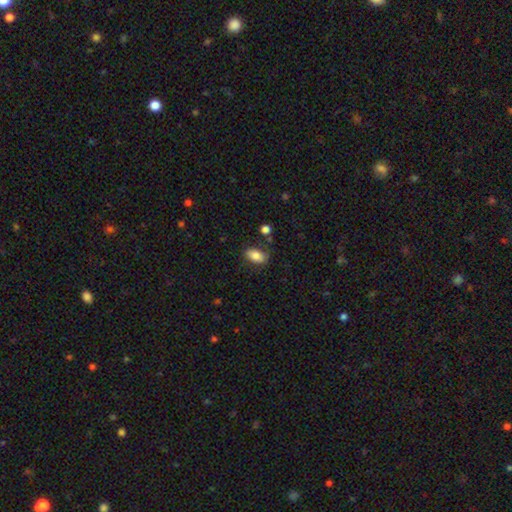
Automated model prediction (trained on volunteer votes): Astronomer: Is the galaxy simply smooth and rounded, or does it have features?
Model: smooth — 81%.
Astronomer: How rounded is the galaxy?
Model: in between — 91%.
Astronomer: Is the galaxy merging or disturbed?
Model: none — 76%.